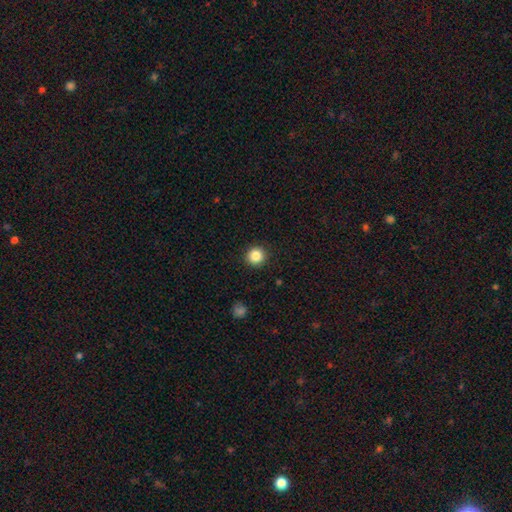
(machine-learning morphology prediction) The model was most divided on "smooth or featured": smooth: 86%, star or artifact: 10%, featured or disk: 4%. More confident: how rounded — round (95%); merging — none (92%).